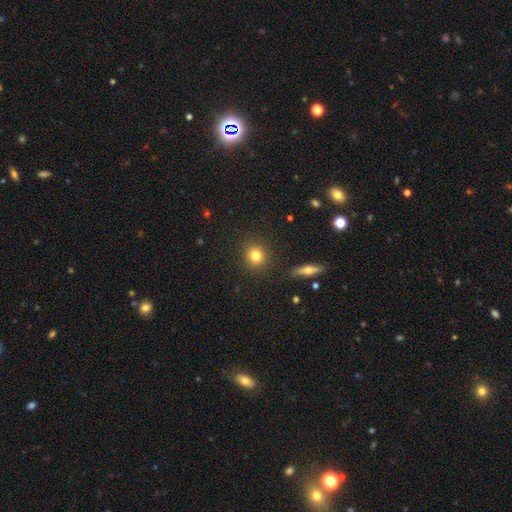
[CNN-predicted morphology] type=smooth (80%); roundness=round (87%); merging=none (89%).